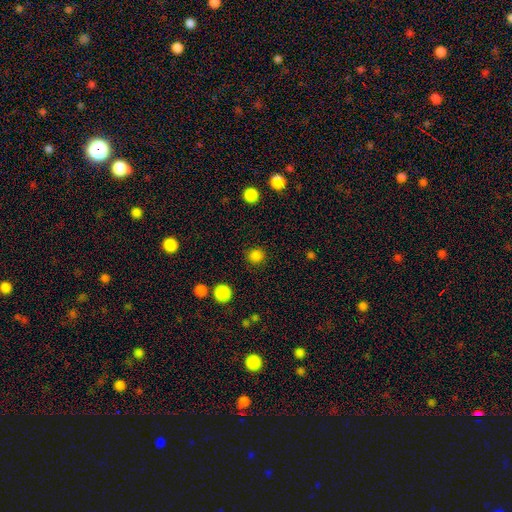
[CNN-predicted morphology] smooth 83%, star or artifact 14%, featured or disk 3%. Down the decision tree: how rounded — round (92%); merging — none (89%).